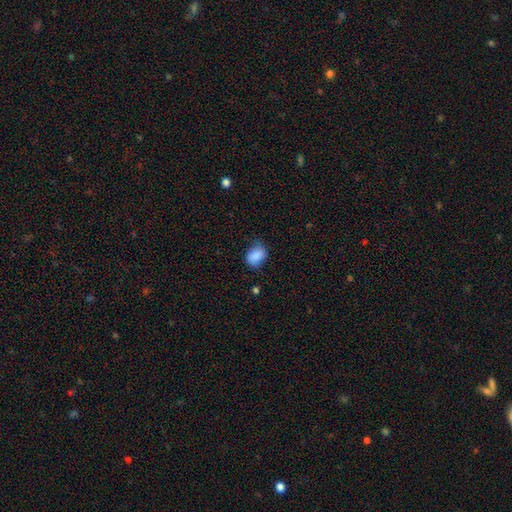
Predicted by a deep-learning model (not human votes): Smooth or featured? Predicted: smooth (p=0.83). How rounded? Predicted: in between (p=0.63). Merging? Predicted: none (p=0.67).